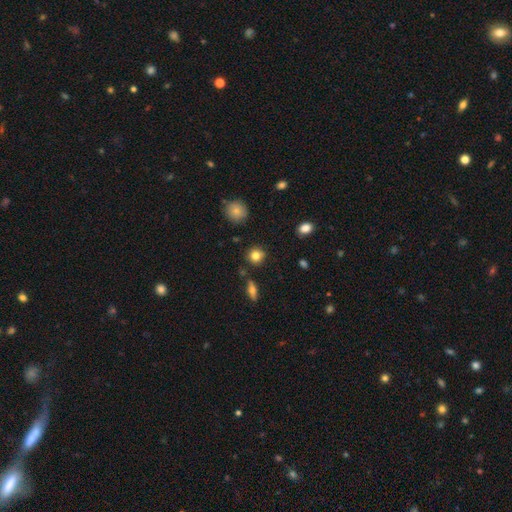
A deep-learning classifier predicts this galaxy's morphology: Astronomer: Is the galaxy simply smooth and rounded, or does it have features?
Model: smooth — 82%.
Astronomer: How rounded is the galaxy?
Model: round — 90%.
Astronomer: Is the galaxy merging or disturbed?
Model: none — 85%.